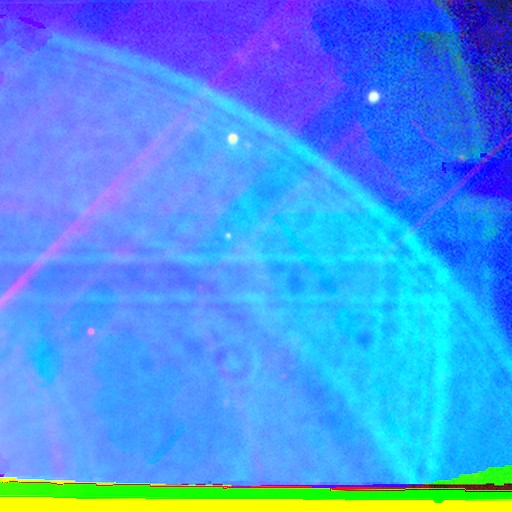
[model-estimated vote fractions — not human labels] Smooth or featured: star or artifact — 86% (smooth — 7%)